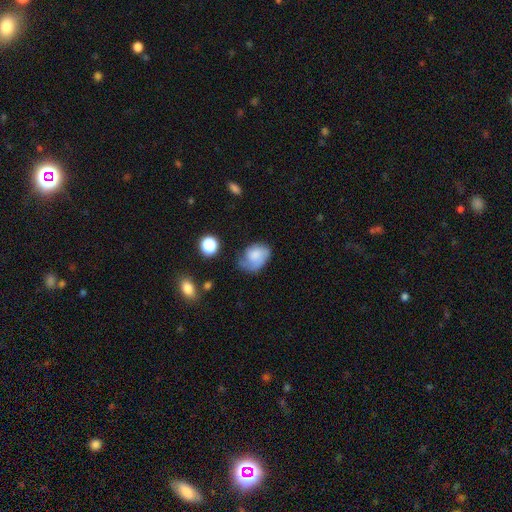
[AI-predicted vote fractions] Q: Smooth or featured?
A: smooth (65%); runner-up: featured or disk (26%)
Q: How rounded?
A: in between (67%); runner-up: round (32%)
Q: Merging?
A: none (38%); runner-up: minor disturbance (35%)